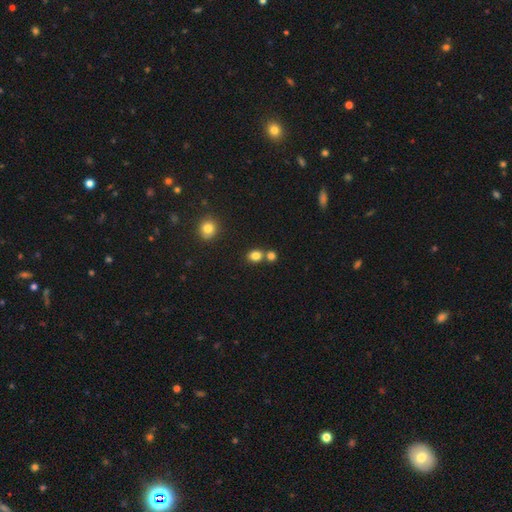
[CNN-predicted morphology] A smooth galaxy with no disk features (82%) that is round (65%). Merging: none (61%).